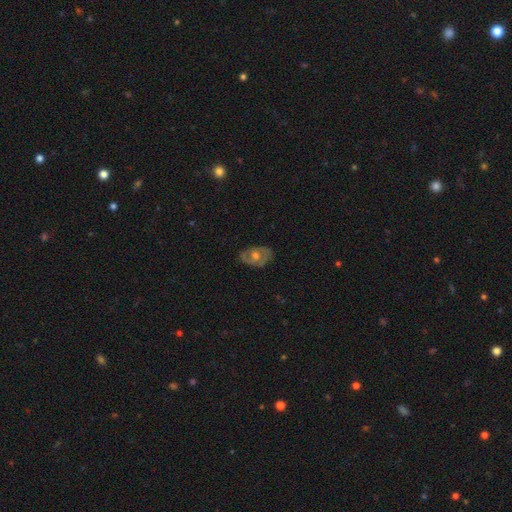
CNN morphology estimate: type=featured or disk (64%); edge-on=no (94%); bar=no (74%); spiral arms=yes (53%); bulge=moderate (69%); merging=none (78%).